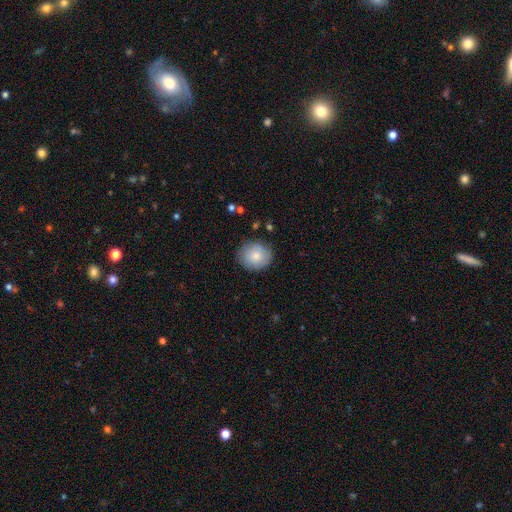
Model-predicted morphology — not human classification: Smooth or featured: smooth — 80% (featured or disk — 13%)
How rounded: round — 75% (in between — 24%)
Merging: none — 82% (minor disturbance — 13%)